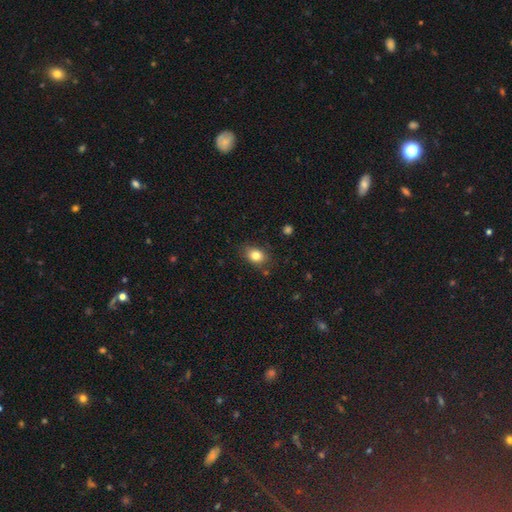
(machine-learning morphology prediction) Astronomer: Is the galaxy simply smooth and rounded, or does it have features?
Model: smooth — 82%.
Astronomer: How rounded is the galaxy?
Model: in between — 65%.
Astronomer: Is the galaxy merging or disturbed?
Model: none — 80%.